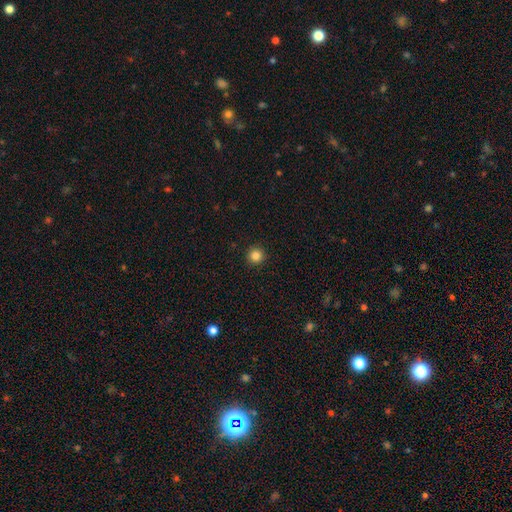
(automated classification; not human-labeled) The model was most divided on "smooth or featured": smooth: 85%, star or artifact: 11%, featured or disk: 4%. More confident: how rounded — round (96%); merging — none (93%).